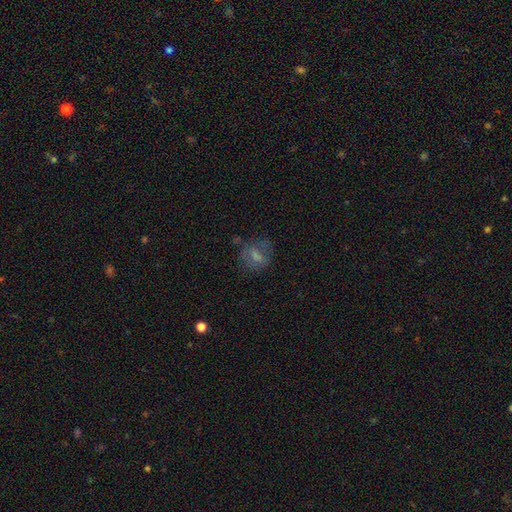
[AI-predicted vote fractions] Smooth or featured? Predicted: smooth (p=0.59). How rounded? Predicted: round (p=0.55). Merging? Predicted: none (p=0.57).